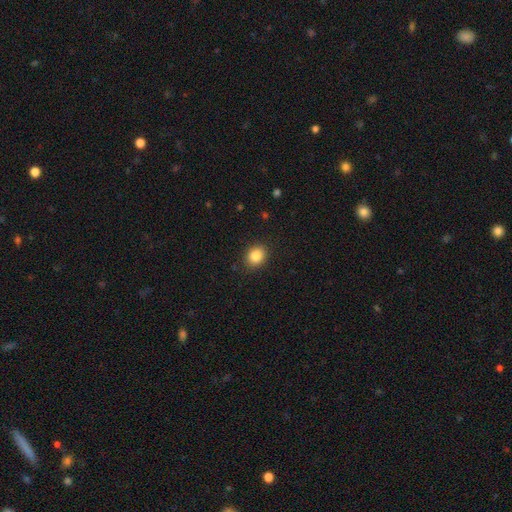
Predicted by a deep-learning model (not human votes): A smooth galaxy with no disk features (85%) that is round (58%).

Vote fractions:
- Smooth or featured? smooth: 85% / star or artifact: 10% / featured or disk: 5%
- How rounded? round: 58% / in between: 41% / cigar-shaped: 1%
- Merging? none: 89% / minor disturbance: 8% / major disturbance: 2% / merger: 1%